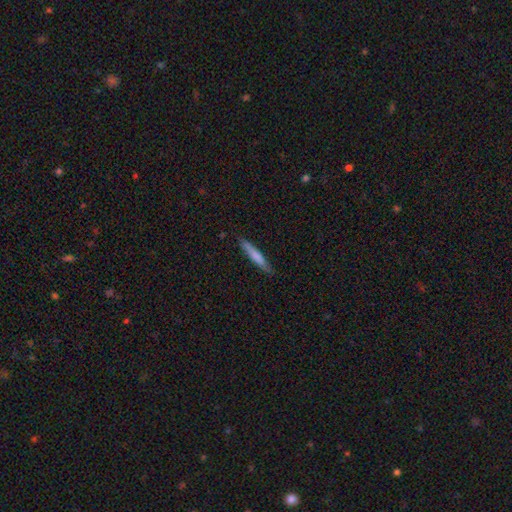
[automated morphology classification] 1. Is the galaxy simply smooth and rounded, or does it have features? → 71% smooth, 24% featured or disk, 5% star or artifact.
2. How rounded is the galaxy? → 93% cigar-shaped, 6% in between, 1% round.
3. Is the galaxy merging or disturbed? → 86% none, 11% minor disturbance, 2% major disturbance, 1% merger.